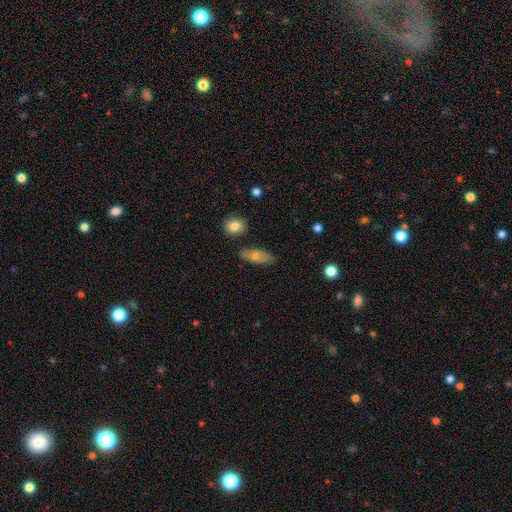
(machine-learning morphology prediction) This appears to be a smooth galaxy with no disk features (61%) that is in between round and cigar-shaped (70%). Merging: none (82%).